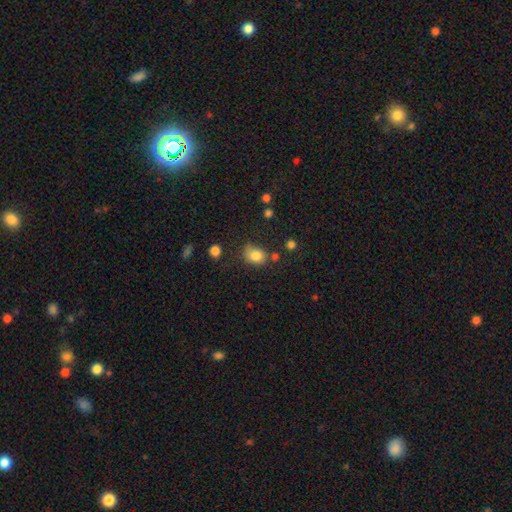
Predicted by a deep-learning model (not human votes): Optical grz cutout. It shows a smooth galaxy with no disk features (82%) that is in between round and cigar-shaped (63%). Merging: none (58%).